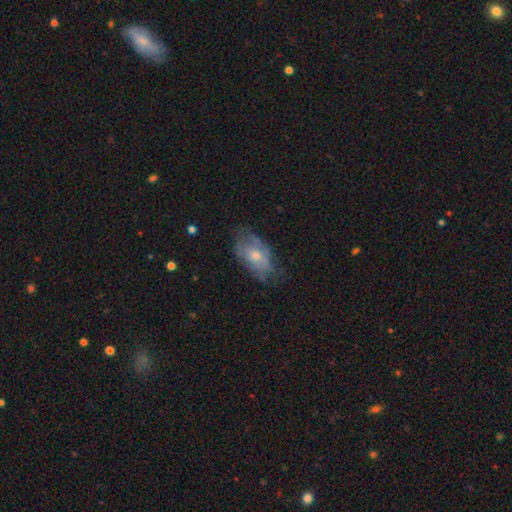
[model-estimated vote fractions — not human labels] A featured or disk galaxy (48%).

Vote fractions:
- Smooth or featured? featured or disk: 48% / smooth: 44% / star or artifact: 9%
- Merging? none: 57% / minor disturbance: 28% / major disturbance: 13% / merger: 2%